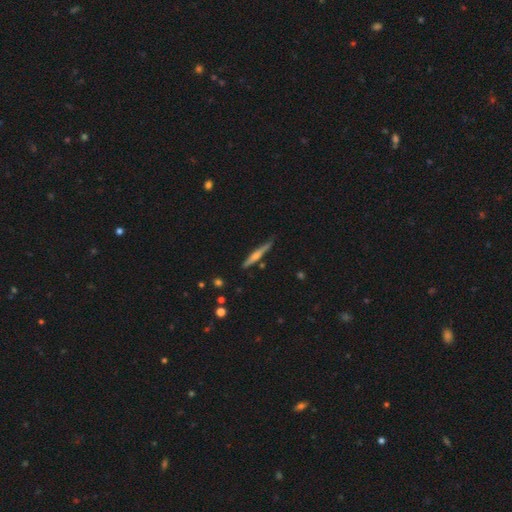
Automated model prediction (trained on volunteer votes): This appears to be a featured or disk galaxy (64%) viewed edge-on (97%) with a rounded central bulge (71%). Merging: none (84%).